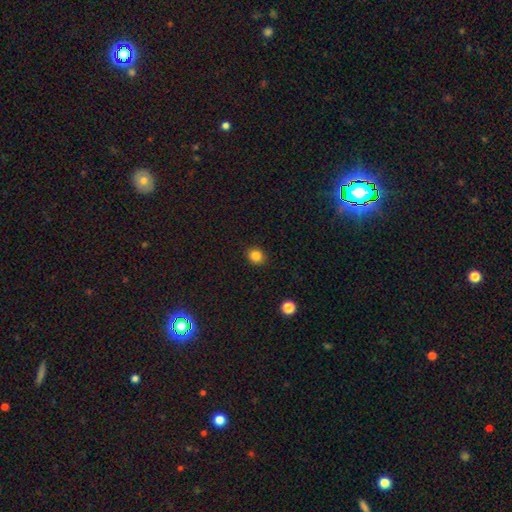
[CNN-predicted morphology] Smooth or featured? Predicted: smooth (p=0.84). How rounded? Predicted: round (p=0.71). Merging? Predicted: none (p=0.90).